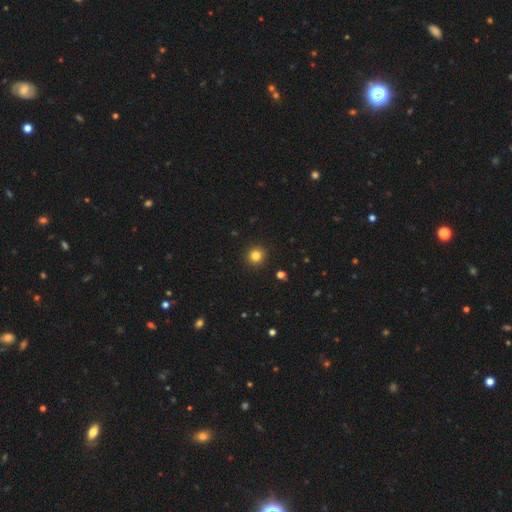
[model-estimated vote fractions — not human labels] Q: Smooth or featured?
A: smooth (82%); runner-up: star or artifact (13%)
Q: How rounded?
A: round (95%); runner-up: in between (4%)
Q: Merging?
A: none (93%); runner-up: minor disturbance (4%)